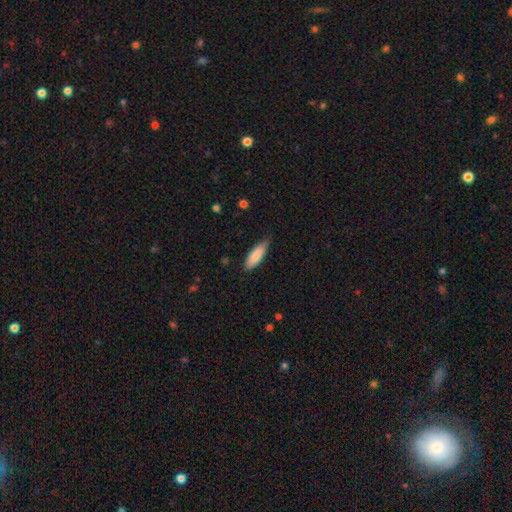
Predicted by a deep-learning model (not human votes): This is clearly a smooth galaxy (86%). How rounded: possibly in between (58%). Merging: likely none (76%).